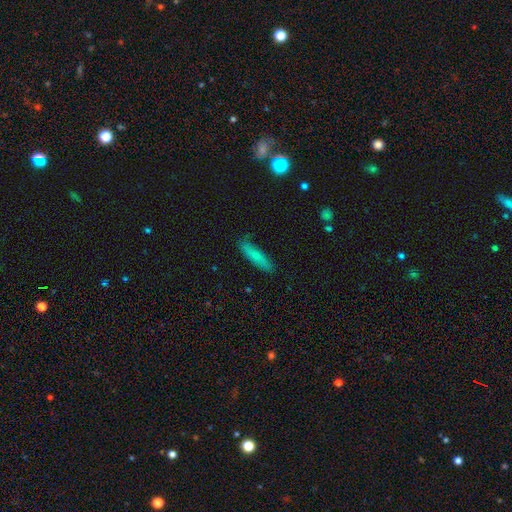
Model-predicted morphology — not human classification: Smooth or featured?
  - smooth: 70% *
  - featured or disk: 24%
  - star or artifact: 7%
How rounded?
  - cigar-shaped: 73% *
  - in between: 25%
  - round: 2%
Merging?
  - none: 81% *
  - minor disturbance: 15%
  - major disturbance: 3%
  - merger: 1%